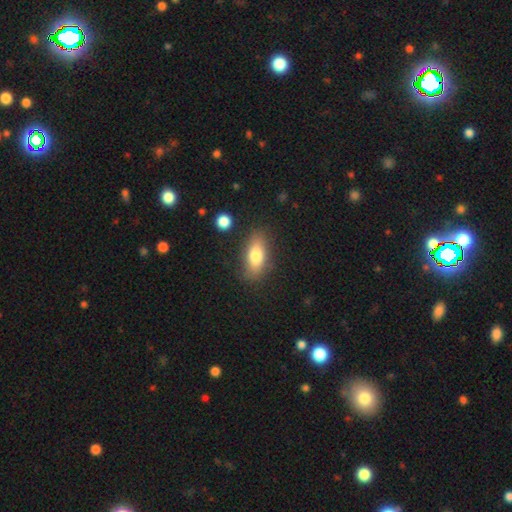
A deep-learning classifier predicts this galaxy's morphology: smooth-or-featured: smooth: 77% | featured or disk: 16% | star or artifact: 7%
  how-rounded: in between: 79% | cigar-shaped: 16% | round: 5%
  merging: none: 82% | minor disturbance: 12% | major disturbance: 4% | merger: 2%